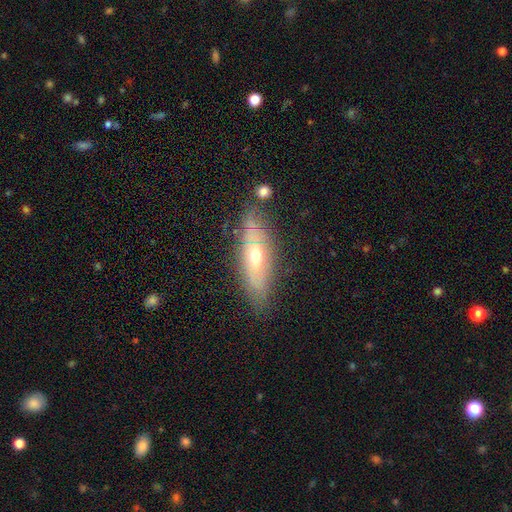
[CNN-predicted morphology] A featured or disk galaxy (57%).

Vote fractions:
- Smooth or featured? featured or disk: 57% / smooth: 34% / star or artifact: 9%
- Edge-on disk? no: 61% / yes: 39%
- Merging? none: 72% / minor disturbance: 19% / major disturbance: 6% / merger: 3%